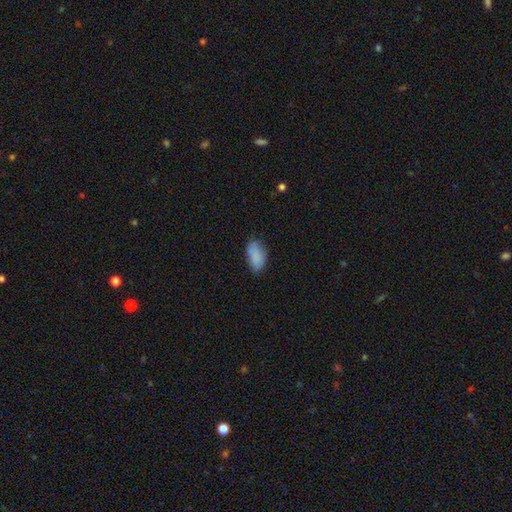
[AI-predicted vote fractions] Smooth or featured? Predicted: smooth (p=0.86). How rounded? Predicted: in between (p=0.94). Merging? Predicted: none (p=0.70).